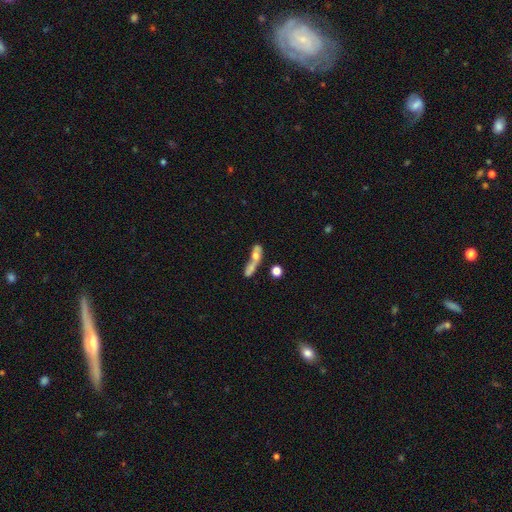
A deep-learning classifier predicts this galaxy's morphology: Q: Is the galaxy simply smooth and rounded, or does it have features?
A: smooth — 54%.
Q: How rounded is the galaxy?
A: cigar-shaped — 42%, tied with in between.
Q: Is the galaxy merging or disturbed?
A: merger — 55%.